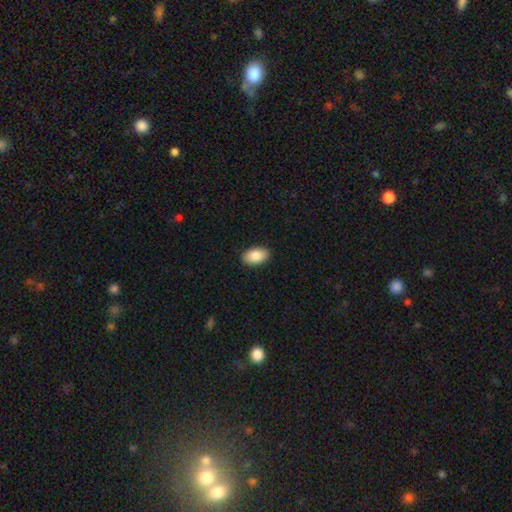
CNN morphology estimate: Smooth or featured: smooth — 88% (star or artifact — 6%)
How rounded: in between — 94% (round — 4%)
Merging: none — 90% (minor disturbance — 7%)